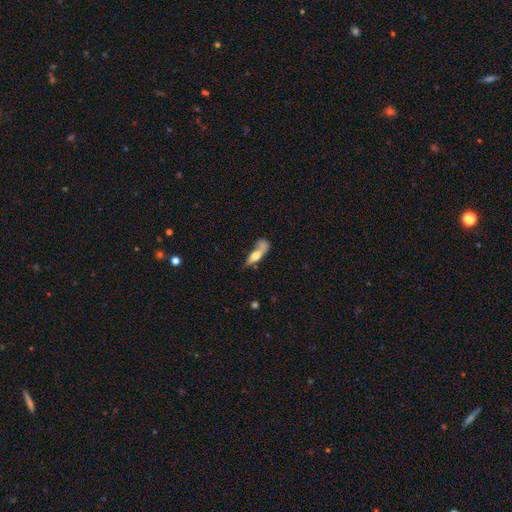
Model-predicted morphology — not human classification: Smooth or featured? Predicted: smooth (p=0.59). How rounded? Predicted: cigar-shaped (p=0.54). Merging? Predicted: none (p=0.35).